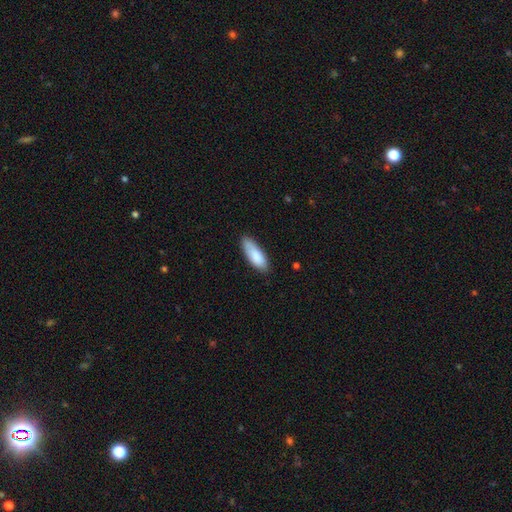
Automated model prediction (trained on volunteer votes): Smooth or featured?
  - smooth: 86% *
  - featured or disk: 9%
  - star or artifact: 6%
How rounded?
  - in between: 66% *
  - cigar-shaped: 32%
  - round: 2%
Merging?
  - none: 78% *
  - minor disturbance: 18%
  - major disturbance: 3%
  - merger: 1%